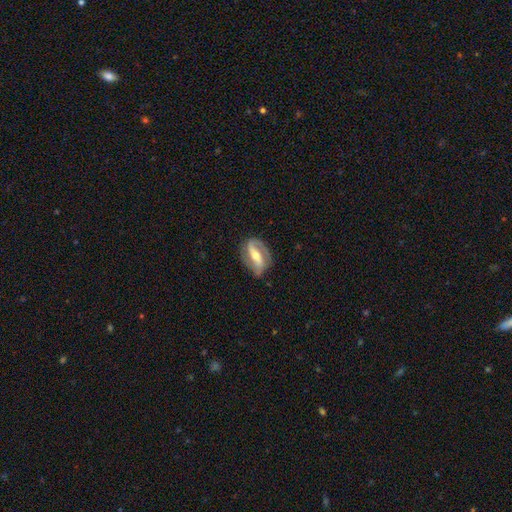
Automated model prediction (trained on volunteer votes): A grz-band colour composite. It shows a featured or disk galaxy (80%) with a strong bar (59%), 2 (84%) medium (42%) spiral arms (88%) and a moderate central bulge (58%). Merging: none (75%).